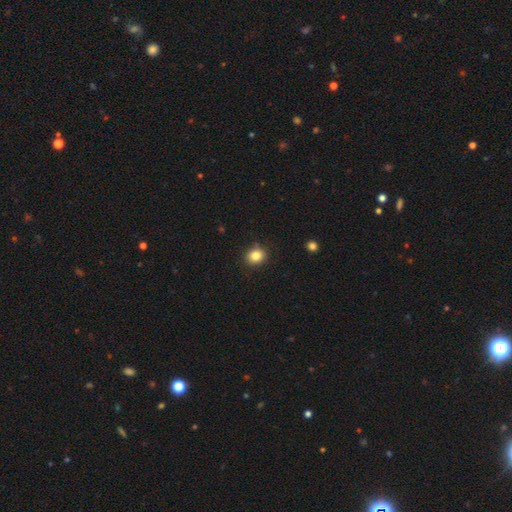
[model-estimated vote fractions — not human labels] Smooth or featured? Predicted: smooth (p=0.84). How rounded? Predicted: round (p=0.68). Merging? Predicted: none (p=0.87).